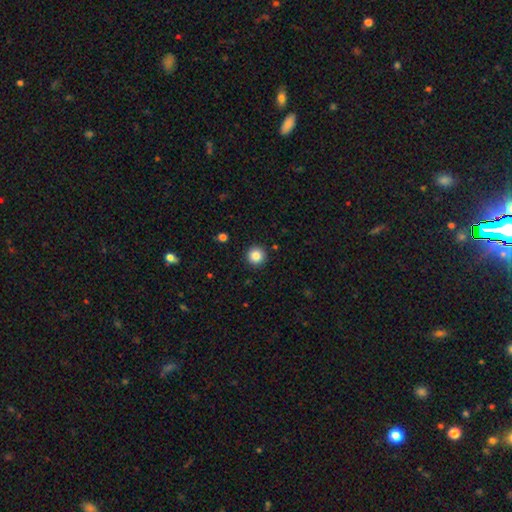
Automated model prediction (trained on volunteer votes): Smooth or featured? Predicted: smooth (p=0.86). How rounded? Predicted: round (p=0.96). Merging? Predicted: none (p=0.92).